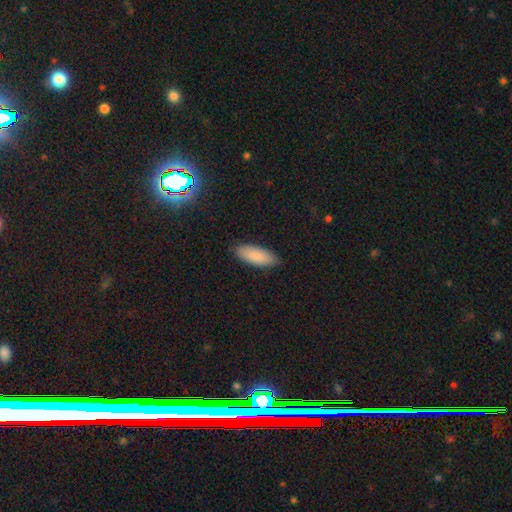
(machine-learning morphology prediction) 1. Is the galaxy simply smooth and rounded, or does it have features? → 89% smooth, 6% star or artifact, 5% featured or disk.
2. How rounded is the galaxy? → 75% in between, 24% cigar-shaped, 2% round.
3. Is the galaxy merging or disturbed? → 88% none, 10% minor disturbance, 2% major disturbance, 1% merger.